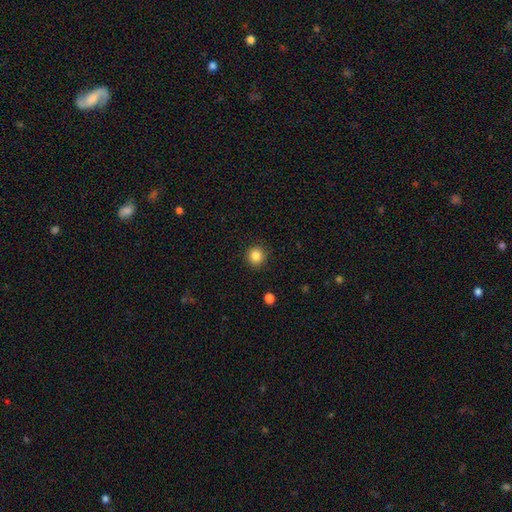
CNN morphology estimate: smooth 86%, star or artifact 10%, featured or disk 4%. Down the decision tree: how rounded — round (92%); merging — none (91%).